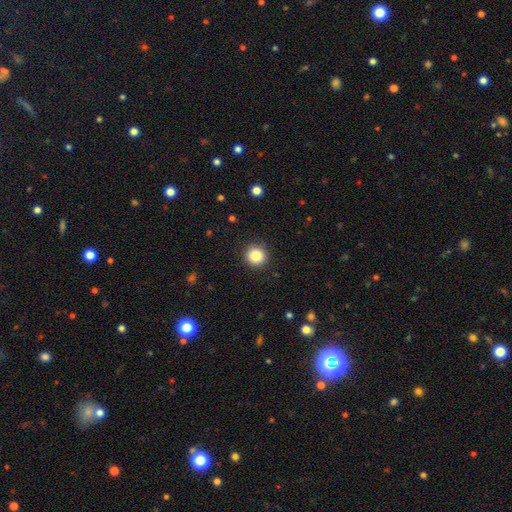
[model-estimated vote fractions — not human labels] A smooth galaxy with no disk features (85%) that is round (94%). Merging: none (91%).